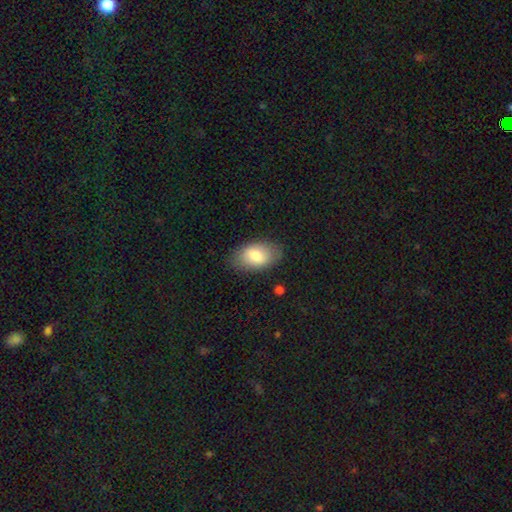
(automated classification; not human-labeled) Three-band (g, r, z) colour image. It shows a smooth galaxy with no disk features (78%) that is in between round and cigar-shaped (92%). Merging: none (81%).